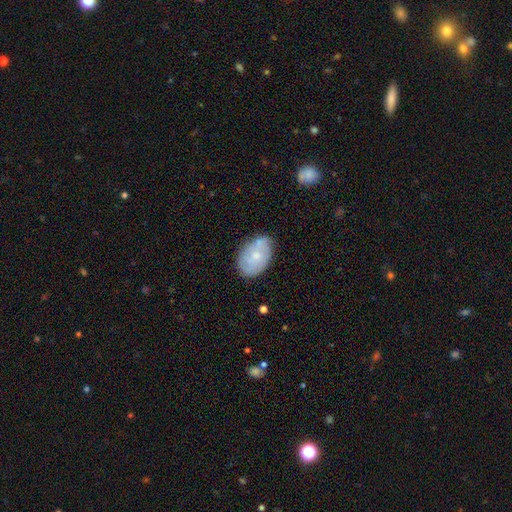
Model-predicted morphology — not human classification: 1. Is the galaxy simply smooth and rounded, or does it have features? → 48% featured or disk, 45% smooth, 7% star or artifact.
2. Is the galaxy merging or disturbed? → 64% none, 25% minor disturbance, 6% major disturbance, 5% merger.